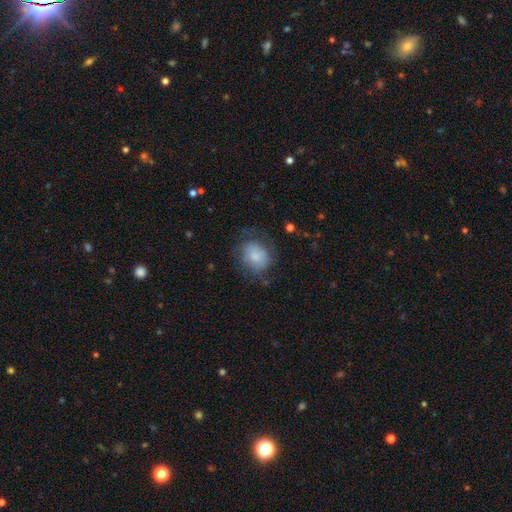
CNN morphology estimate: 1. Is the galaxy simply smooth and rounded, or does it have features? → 71% smooth, 21% featured or disk, 8% star or artifact.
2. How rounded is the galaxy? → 59% round, 40% in between, 1% cigar-shaped.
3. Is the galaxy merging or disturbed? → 54% none, 26% minor disturbance, 18% major disturbance, 2% merger.